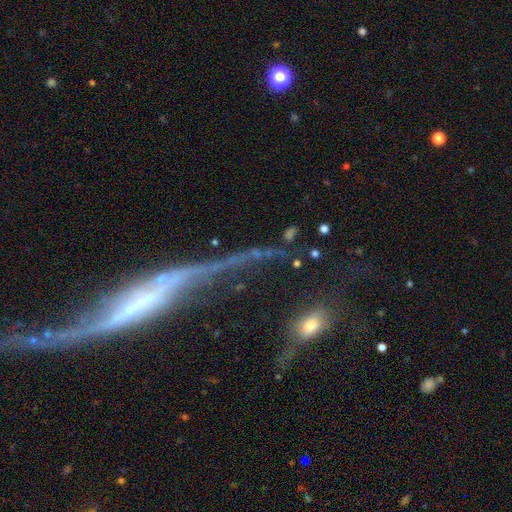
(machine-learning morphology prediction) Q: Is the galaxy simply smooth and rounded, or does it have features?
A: featured or disk — 52%.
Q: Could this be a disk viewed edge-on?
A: yes — 51%.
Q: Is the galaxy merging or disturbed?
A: none — 38%.